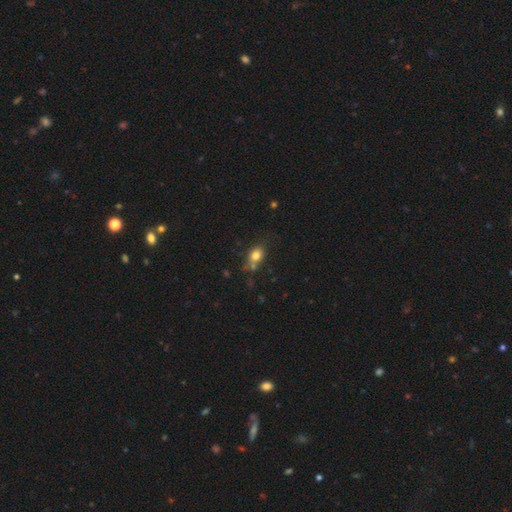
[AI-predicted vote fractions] Smooth or featured? Predicted: smooth (p=0.78). How rounded? Predicted: in between (p=0.59). Merging? Predicted: none (p=0.57).